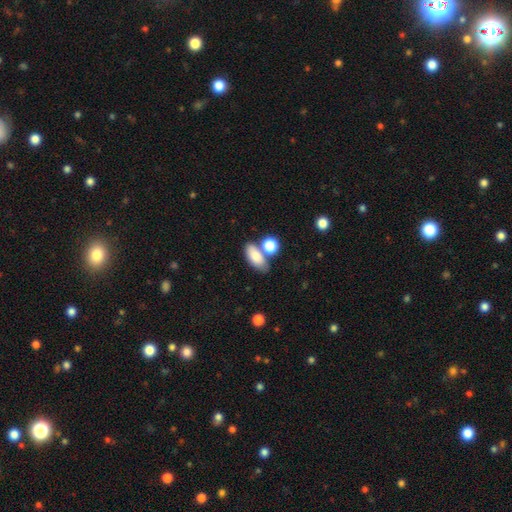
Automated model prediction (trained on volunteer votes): A smooth galaxy with no disk features (81%) that is in between round and cigar-shaped (84%).

Vote fractions:
- Smooth or featured? smooth: 81% / featured or disk: 11% / star or artifact: 8%
- How rounded? in between: 84% / cigar-shaped: 8% / round: 8%
- Merging? none: 52% / merger: 29% / minor disturbance: 14% / major disturbance: 5%